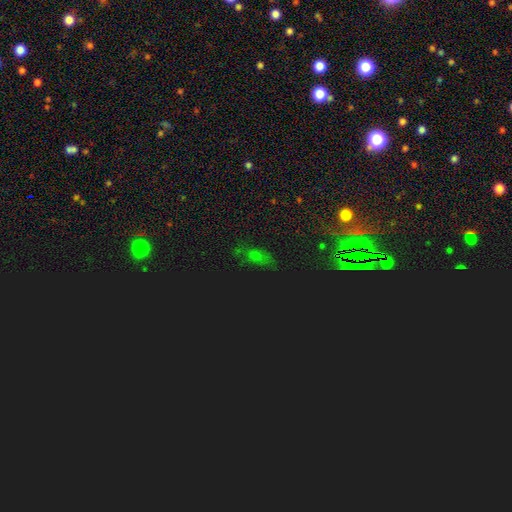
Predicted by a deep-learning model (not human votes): smooth-or-featured: star or artifact: 48% | smooth: 40% | featured or disk: 12%